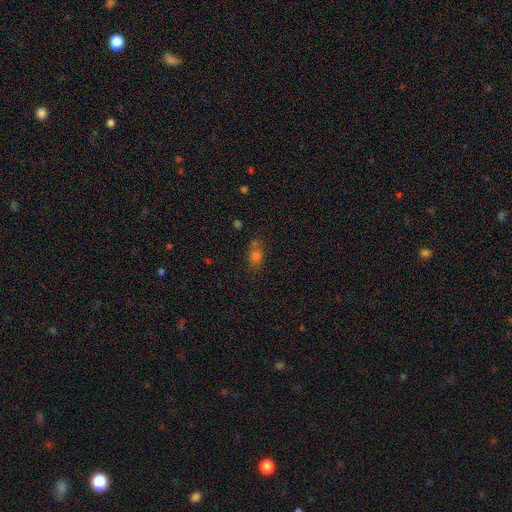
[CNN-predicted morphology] smooth 62%, star or artifact 28%, featured or disk 10%. Down the decision tree: how rounded — in between (64%); merging — none (64%).